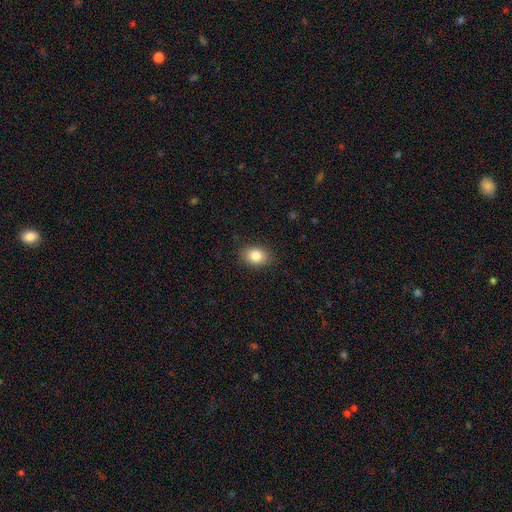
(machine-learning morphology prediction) A smooth galaxy with no disk features (85%) that is in between round and cigar-shaped (64%).

Vote fractions:
- Smooth or featured? smooth: 85% / star or artifact: 9% / featured or disk: 7%
- How rounded? in between: 64% / round: 35% / cigar-shaped: 1%
- Merging? none: 87% / minor disturbance: 10% / major disturbance: 2% / merger: 1%